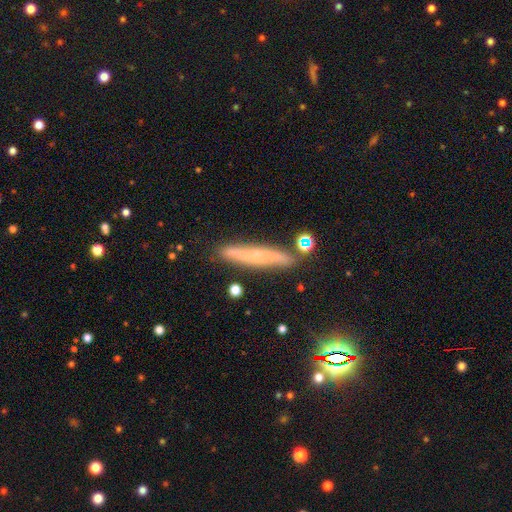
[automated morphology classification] A featured or disk galaxy (51%) viewed edge-on (82%). Merging: none (80%).